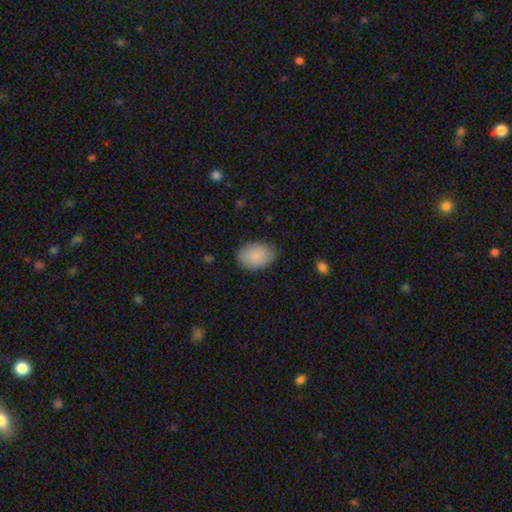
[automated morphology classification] Smooth or featured? smooth (89%)
How rounded? in between (80%)
Merging? none (83%)